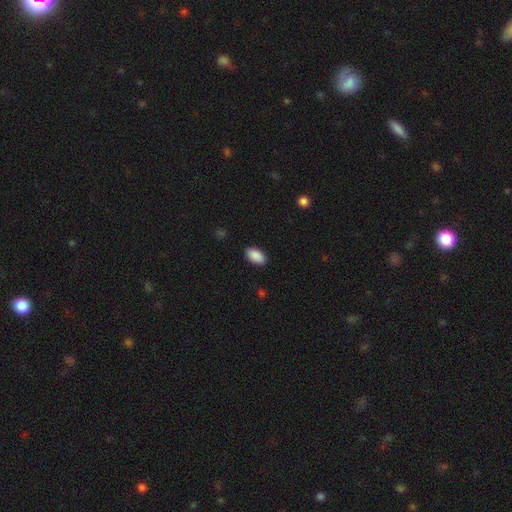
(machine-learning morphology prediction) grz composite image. It shows a smooth galaxy with no disk features (90%) that is in between round and cigar-shaped (95%). Merging: none (89%).